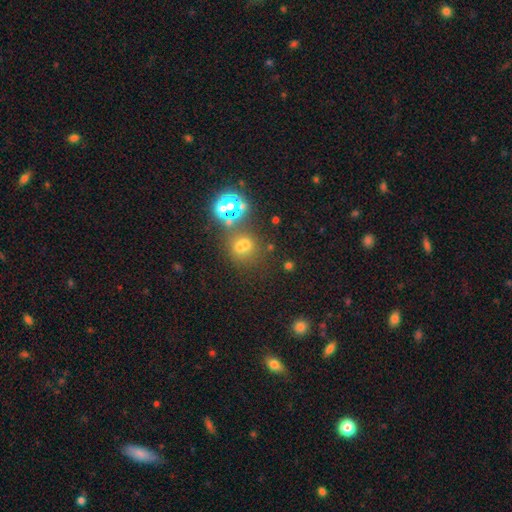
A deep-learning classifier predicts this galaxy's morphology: smooth 50%, star or artifact 42%, featured or disk 7%. Down the decision tree: how rounded — round (86%); merging — none (74%).